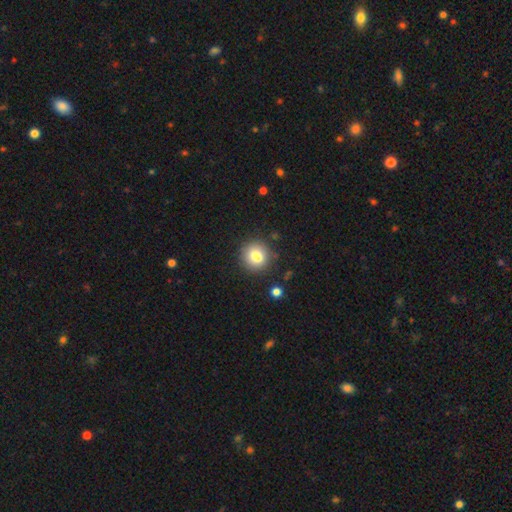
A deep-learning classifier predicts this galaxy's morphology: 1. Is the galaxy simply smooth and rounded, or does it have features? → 80% smooth, 11% star or artifact, 9% featured or disk.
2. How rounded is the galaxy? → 89% round, 11% in between, 1% cigar-shaped.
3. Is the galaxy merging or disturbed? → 85% none, 9% minor disturbance, 3% merger, 3% major disturbance.